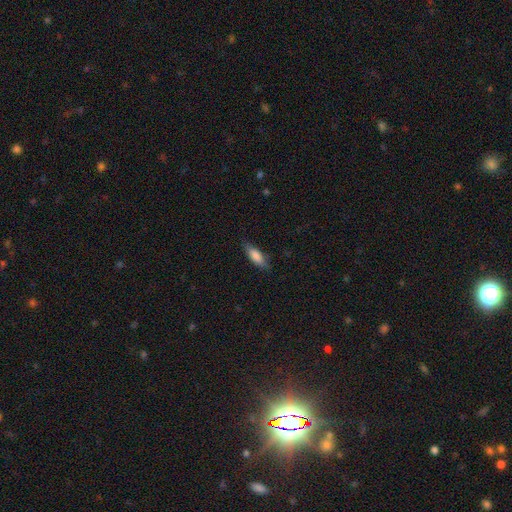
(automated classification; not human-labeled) A smooth galaxy with no disk features (81%) that is in between round and cigar-shaped (62%). Merging: none (79%).